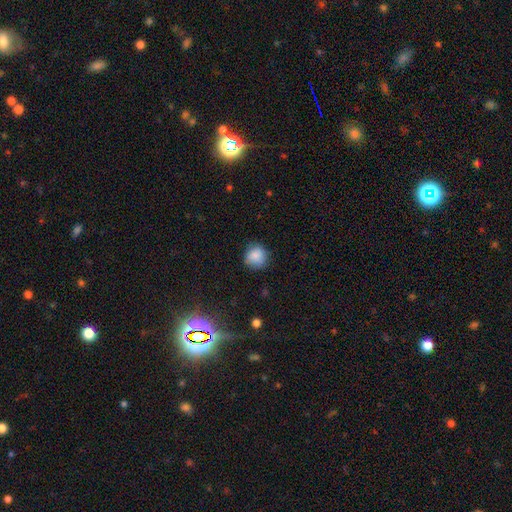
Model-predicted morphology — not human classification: Smooth or featured? smooth (85%)
How rounded? round (89%)
Merging? none (80%)